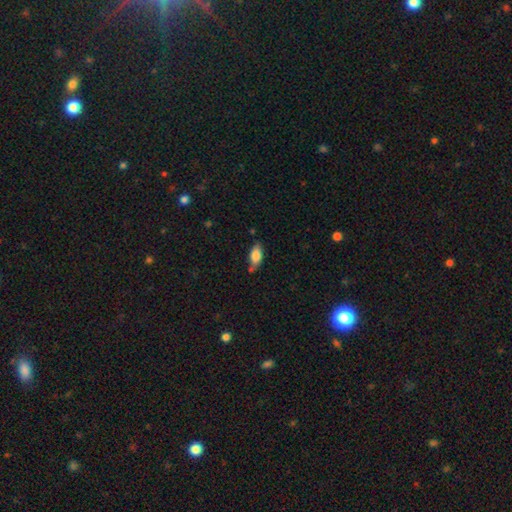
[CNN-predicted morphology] smooth_or_featured: smooth (p=0.79) [alt: featured or disk p=0.14]
how_rounded: in between (p=0.87) [alt: cigar-shaped p=0.10]
merging: none (p=0.65) [alt: minor disturbance p=0.24]